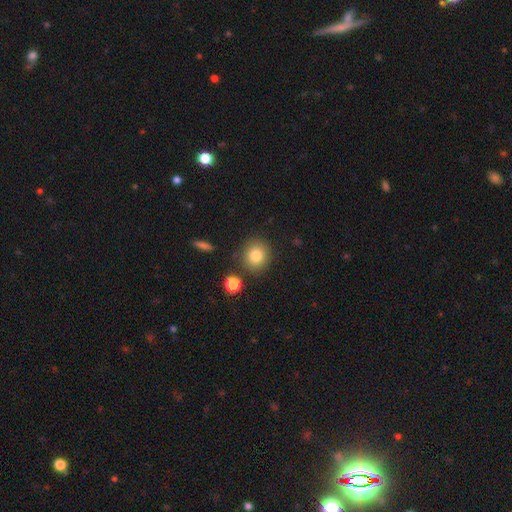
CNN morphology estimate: Smooth or featured?
  - smooth: 83% *
  - star or artifact: 10%
  - featured or disk: 7%
How rounded?
  - round: 86% *
  - in between: 13%
  - cigar-shaped: 1%
Merging?
  - none: 85% *
  - minor disturbance: 8%
  - merger: 4%
  - major disturbance: 3%